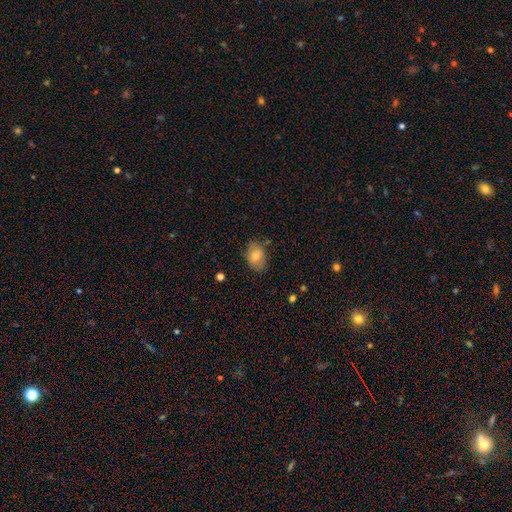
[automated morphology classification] Smooth or featured?
  - smooth: 74% *
  - featured or disk: 18%
  - star or artifact: 7%
How rounded?
  - in between: 83% *
  - round: 16%
  - cigar-shaped: 1%
Merging?
  - none: 77% *
  - minor disturbance: 18%
  - major disturbance: 4%
  - merger: 2%